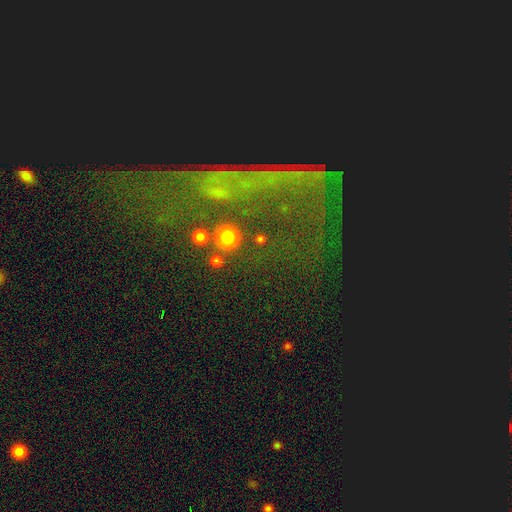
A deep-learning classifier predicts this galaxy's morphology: star or artifact 52%, featured or disk 29%, smooth 18%.